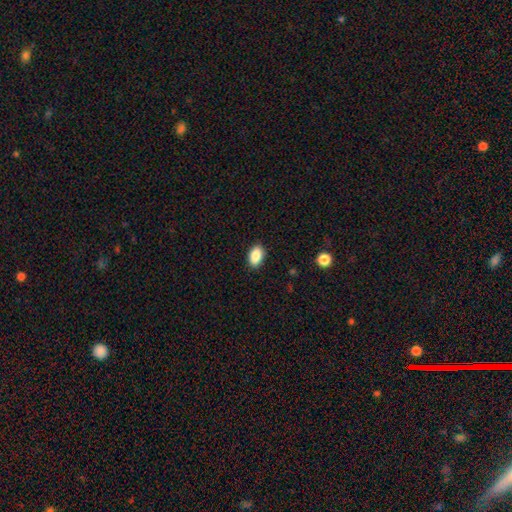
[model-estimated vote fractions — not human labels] smooth-or-featured: smooth: 88% | star or artifact: 8% | featured or disk: 4%
  how-rounded: in between: 92% | round: 6% | cigar-shaped: 2%
  merging: none: 89% | minor disturbance: 8% | major disturbance: 2% | merger: 1%